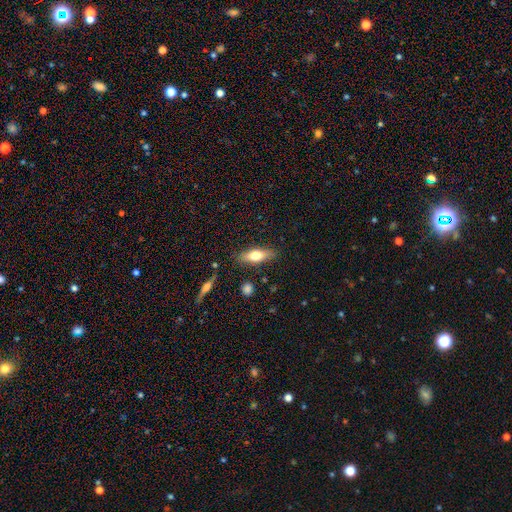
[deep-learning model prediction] This is likely a smooth galaxy (63%). How rounded: possibly in between (56%). Merging: clearly none (84%).